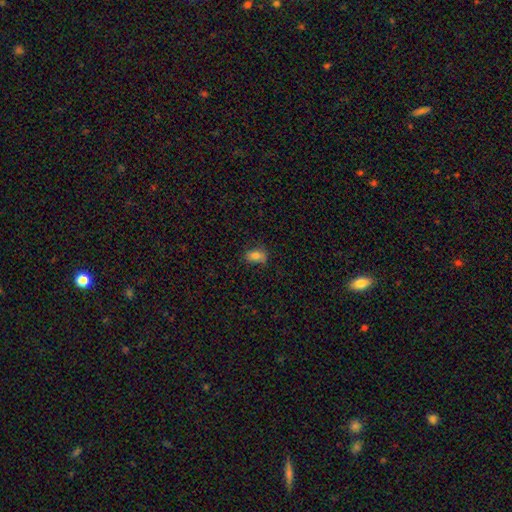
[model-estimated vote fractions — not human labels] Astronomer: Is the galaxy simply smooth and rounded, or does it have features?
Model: smooth — 79%.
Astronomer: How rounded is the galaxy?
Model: in between — 82%.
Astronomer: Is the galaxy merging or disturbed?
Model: none — 71%.